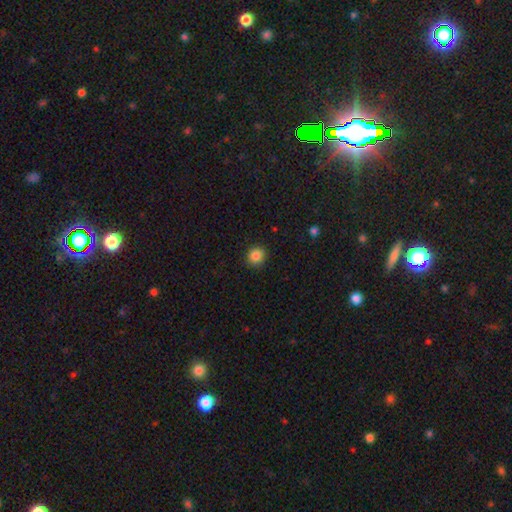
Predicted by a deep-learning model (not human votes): This is clearly a smooth galaxy (86%). How rounded: clearly round (85%). Merging: clearly none (89%).